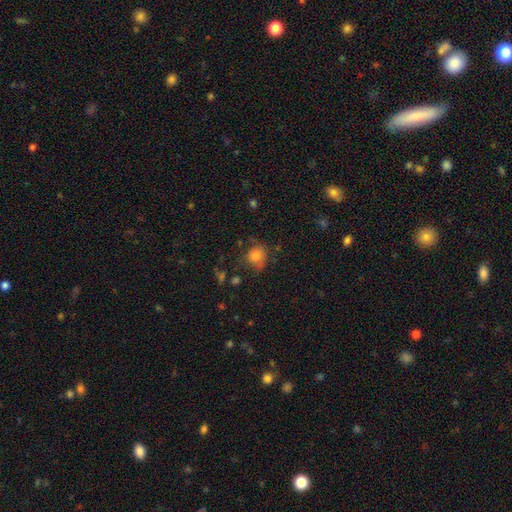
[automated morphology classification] smooth_or_featured: smooth (p=0.77) [alt: featured or disk p=0.12]
how_rounded: round (p=0.69) [alt: in between p=0.30]
merging: none (p=0.57) [alt: minor disturbance p=0.26]